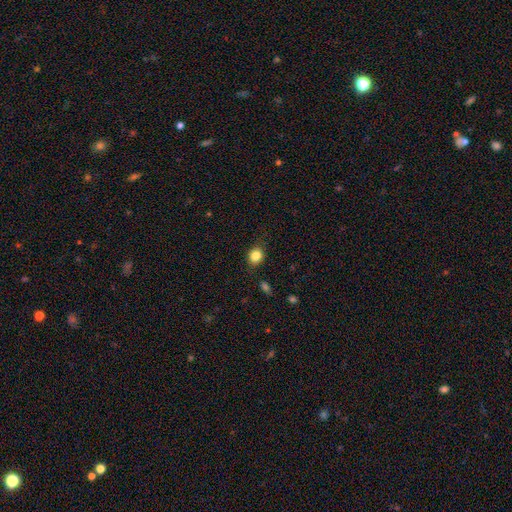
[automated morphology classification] smooth-or-featured: smooth: 83% | star or artifact: 10% | featured or disk: 7%
  how-rounded: round: 62% | in between: 37% | cigar-shaped: 1%
  merging: none: 83% | minor disturbance: 13% | major disturbance: 3% | merger: 1%